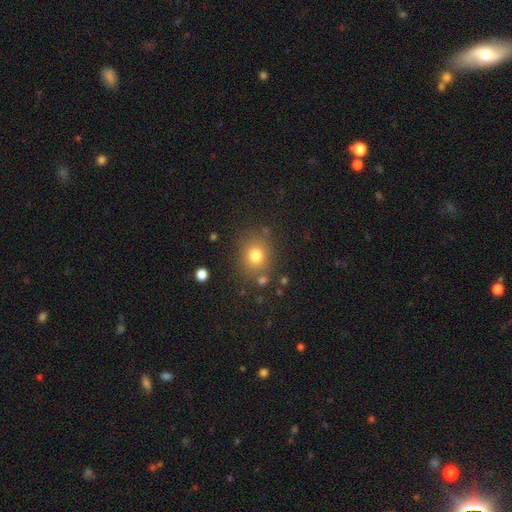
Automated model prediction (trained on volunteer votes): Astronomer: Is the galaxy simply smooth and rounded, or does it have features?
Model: smooth — 78%.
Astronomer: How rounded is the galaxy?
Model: round — 74%.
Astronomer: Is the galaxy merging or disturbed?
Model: none — 80%.